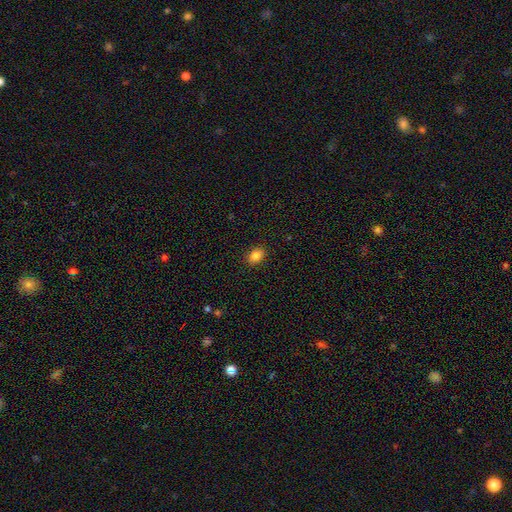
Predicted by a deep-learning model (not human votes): This is clearly a smooth galaxy (86%). How rounded: likely in between (71%). Merging: clearly none (90%).